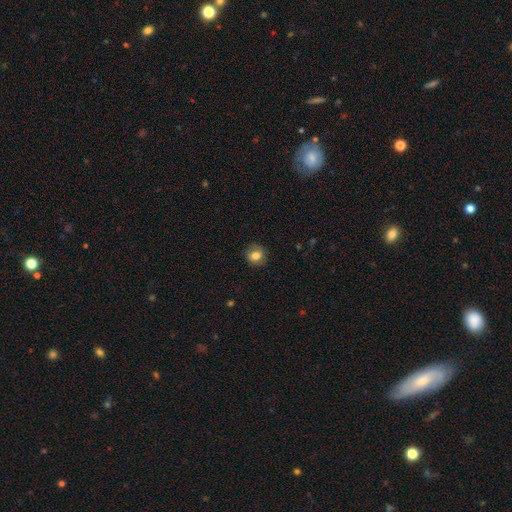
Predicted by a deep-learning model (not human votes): Smooth or featured?
  - smooth: 78% *
  - featured or disk: 13%
  - star or artifact: 9%
How rounded?
  - round: 81% *
  - in between: 18%
  - cigar-shaped: 1%
Merging?
  - none: 86% *
  - minor disturbance: 11%
  - major disturbance: 3%
  - merger: 1%